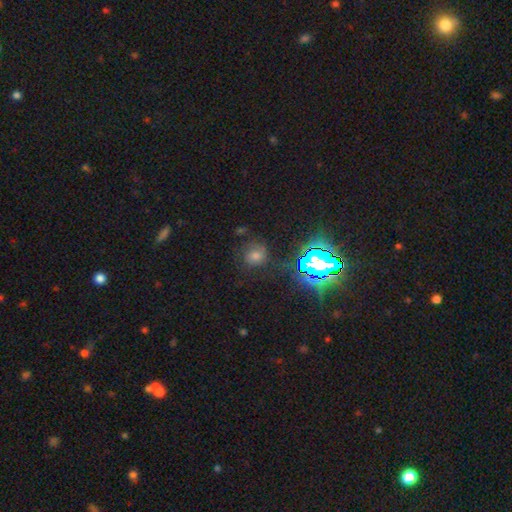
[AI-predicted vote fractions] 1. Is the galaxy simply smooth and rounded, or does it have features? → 45% smooth, 38% star or artifact, 17% featured or disk.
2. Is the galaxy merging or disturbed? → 73% none, 16% minor disturbance, 8% major disturbance, 3% merger.